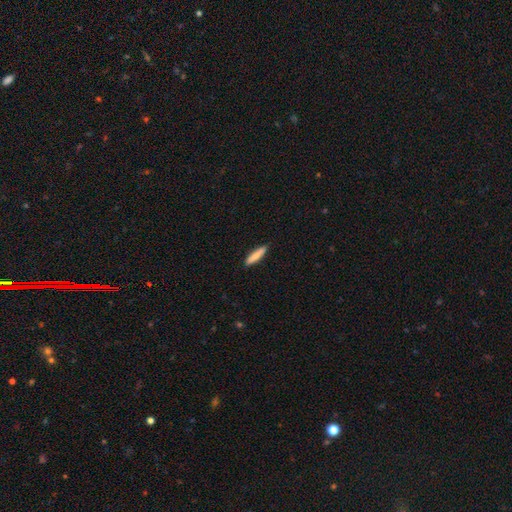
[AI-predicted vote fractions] This appears to be a smooth galaxy with no disk features (79%) that is cigar-shaped (83%). Merging: none (88%).